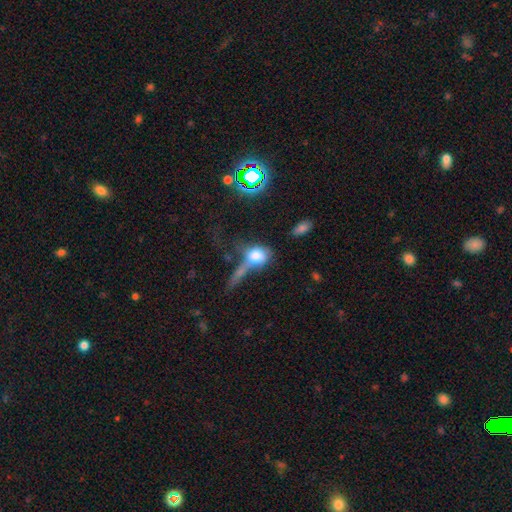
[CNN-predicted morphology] Smooth or featured? smooth (65%)
How rounded? in between (58%)
Merging? merger (36%)